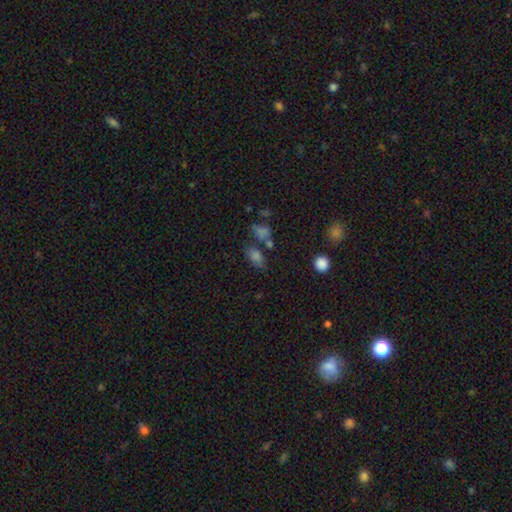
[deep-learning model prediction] Smooth or featured? smooth (70%)
How rounded? in between (80%)
Merging? none (55%)